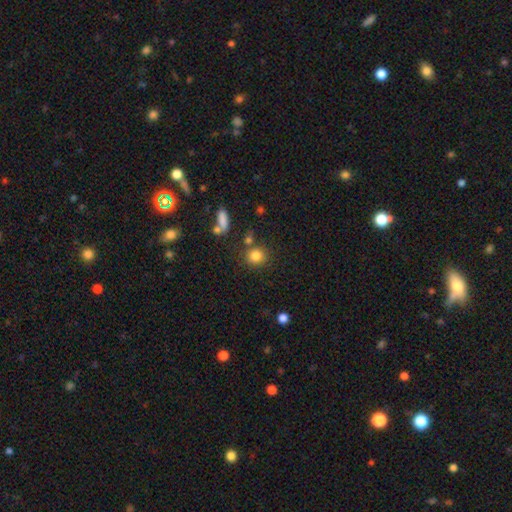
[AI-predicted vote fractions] Smooth or featured?
  - smooth: 82% *
  - star or artifact: 11%
  - featured or disk: 6%
How rounded?
  - round: 82% *
  - in between: 17%
  - cigar-shaped: 1%
Merging?
  - none: 71% *
  - merger: 13%
  - minor disturbance: 11%
  - major disturbance: 5%